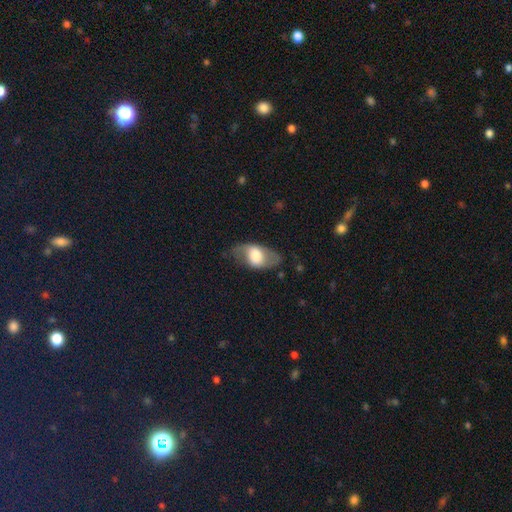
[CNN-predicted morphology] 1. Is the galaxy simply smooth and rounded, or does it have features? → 50% smooth, 43% featured or disk, 6% star or artifact.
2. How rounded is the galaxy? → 88% in between, 9% round, 4% cigar-shaped.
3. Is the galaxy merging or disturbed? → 64% none, 22% minor disturbance, 12% major disturbance, 2% merger.